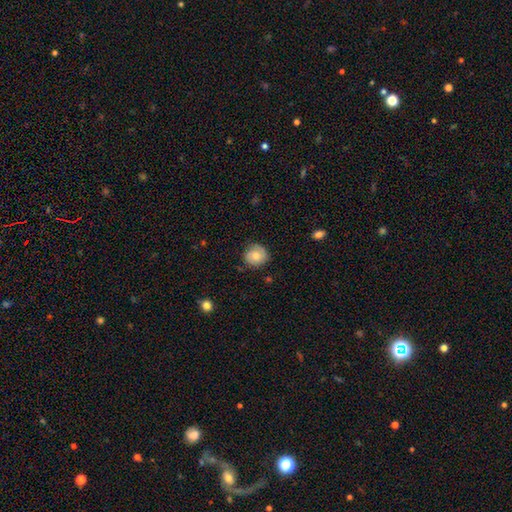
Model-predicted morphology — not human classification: Q: Smooth or featured?
A: smooth (63%); runner-up: featured or disk (29%)
Q: How rounded?
A: round (81%); runner-up: in between (18%)
Q: Merging?
A: none (74%); runner-up: minor disturbance (19%)